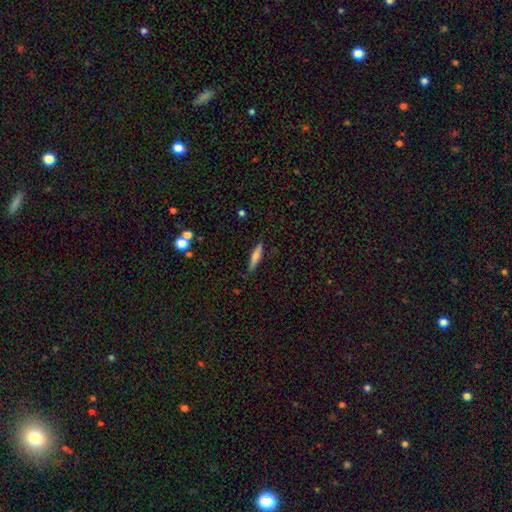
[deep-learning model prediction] smooth 60%, featured or disk 34%, star or artifact 7%. Down the decision tree: how rounded — cigar-shaped (83%); merging — none (86%).